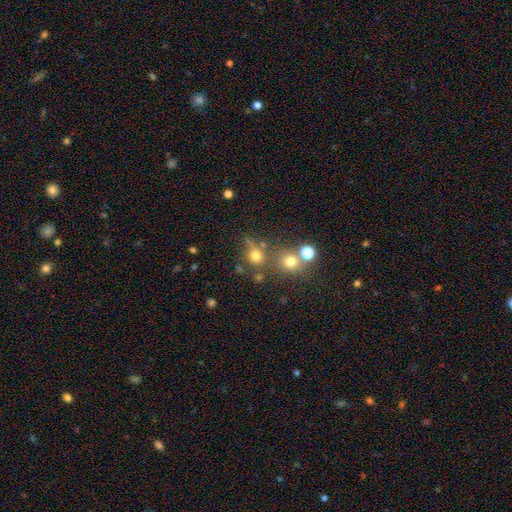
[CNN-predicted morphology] A smooth galaxy with no disk features (68%) that is round (81%). Merging: none (54%).